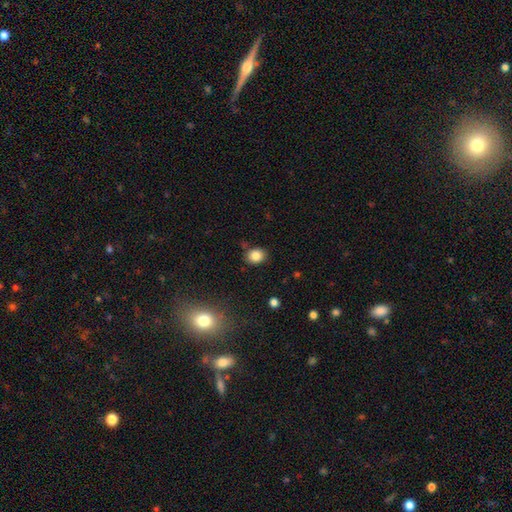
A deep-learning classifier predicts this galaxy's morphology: This is clearly a smooth galaxy (84%). How rounded: likely round (60%). Merging: clearly none (81%).